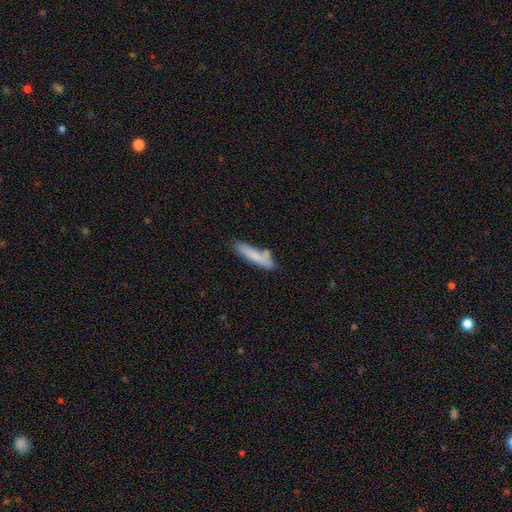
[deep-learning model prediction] The model was most divided on "merging": none: 67%, minor disturbance: 18%, merger: 11%, major disturbance: 4%. More confident: how rounded — cigar-shaped (82%); smooth or featured — smooth (78%).